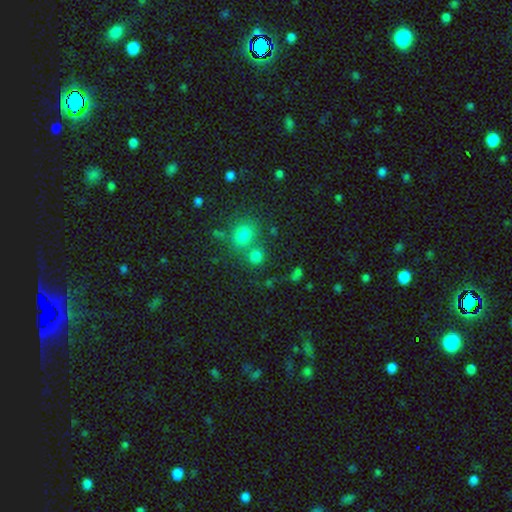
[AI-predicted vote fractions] smooth 75%, star or artifact 17%, featured or disk 8%. Down the decision tree: how rounded — round (75%); merging — none (54%).